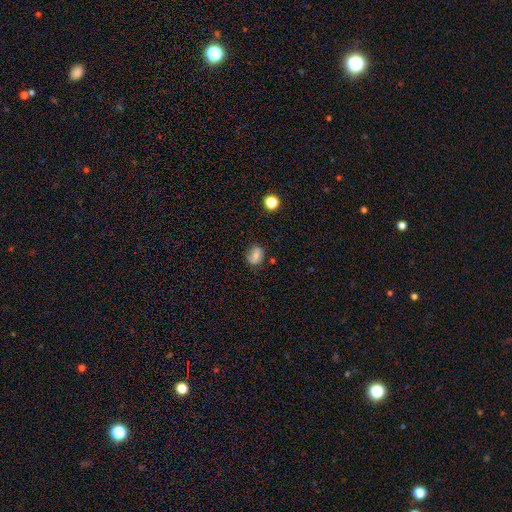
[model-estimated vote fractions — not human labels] smooth 73%, featured or disk 16%, star or artifact 11%. Down the decision tree: how rounded — in between (51%); merging — none (73%).